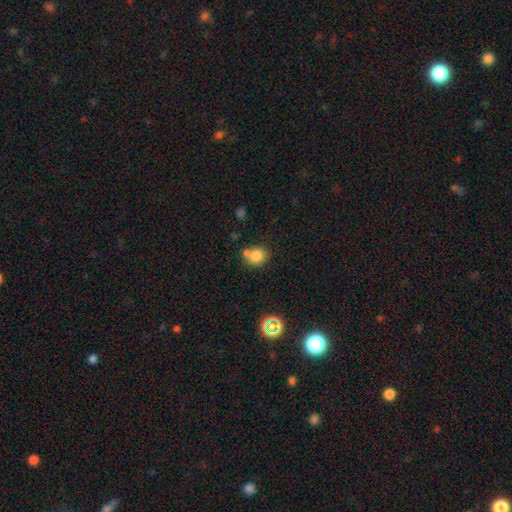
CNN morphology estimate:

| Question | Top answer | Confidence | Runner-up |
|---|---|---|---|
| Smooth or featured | smooth | 80% | star or artifact (12%) |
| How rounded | round | 74% | in between (25%) |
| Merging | none | 58% | merger (24%) |